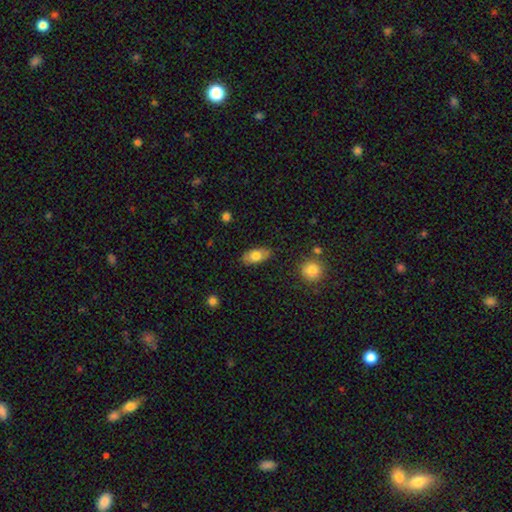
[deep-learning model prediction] This appears to be a smooth galaxy with no disk features (74%) that is in between round and cigar-shaped (89%). Merging: none (84%).